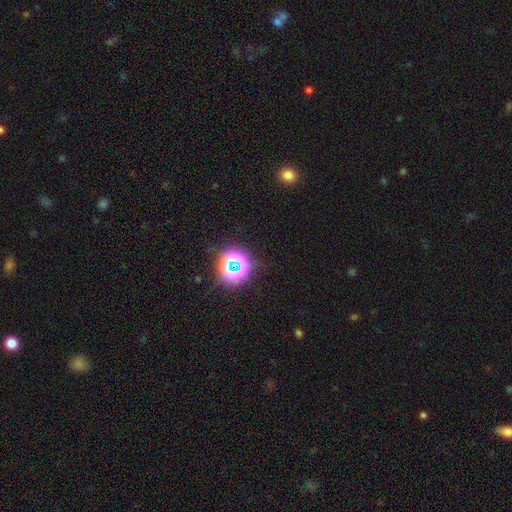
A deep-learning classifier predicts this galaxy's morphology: Smooth or featured?
  - star or artifact: 78% *
  - smooth: 16%
  - featured or disk: 6%